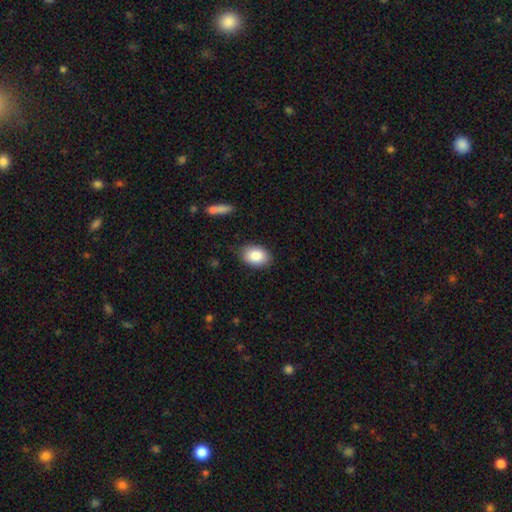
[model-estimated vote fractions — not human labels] smooth 86%, featured or disk 7%, star or artifact 7%. Down the decision tree: how rounded — in between (84%); merging — none (85%).